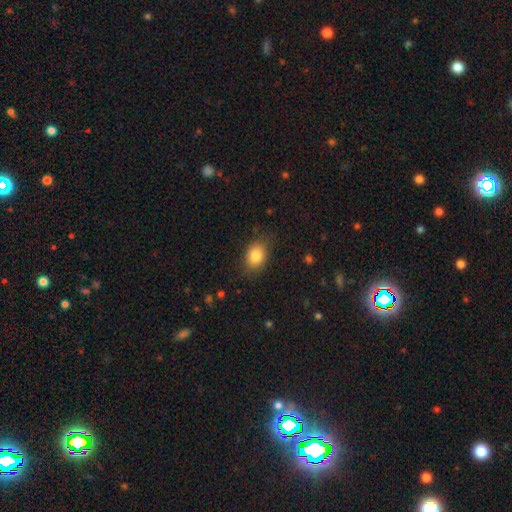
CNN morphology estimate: Smooth or featured: smooth — 83% (star or artifact — 9%)
How rounded: in between — 70% (round — 28%)
Merging: none — 78% (minor disturbance — 16%)